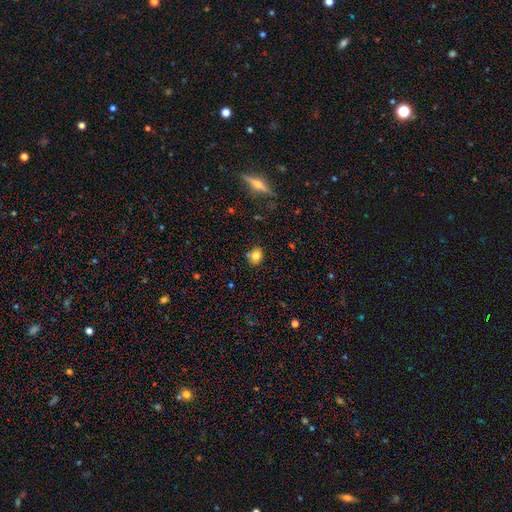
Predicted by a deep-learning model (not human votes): smooth 80%, star or artifact 11%, featured or disk 9%. Down the decision tree: how rounded — round (57%); merging — none (79%).